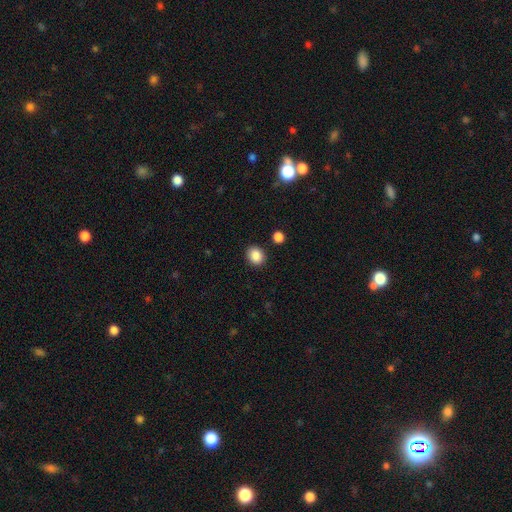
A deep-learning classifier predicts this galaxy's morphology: Overall: smooth (87%). How rounded: round (63%; in between 36%). Merging: none (88%).